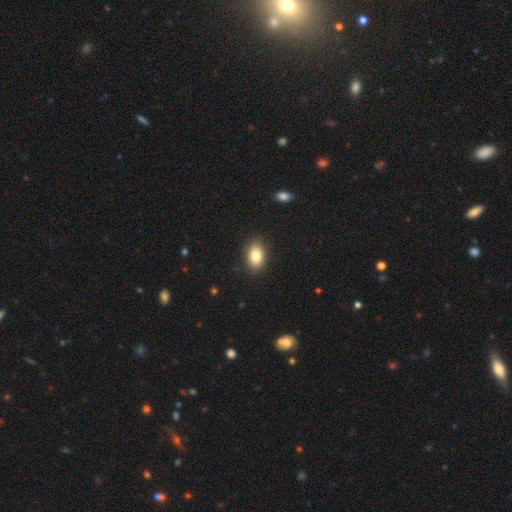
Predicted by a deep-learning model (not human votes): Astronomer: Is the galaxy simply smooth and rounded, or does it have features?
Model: smooth — 82%.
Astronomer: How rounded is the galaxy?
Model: in between — 87%.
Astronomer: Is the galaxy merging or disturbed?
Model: none — 88%.